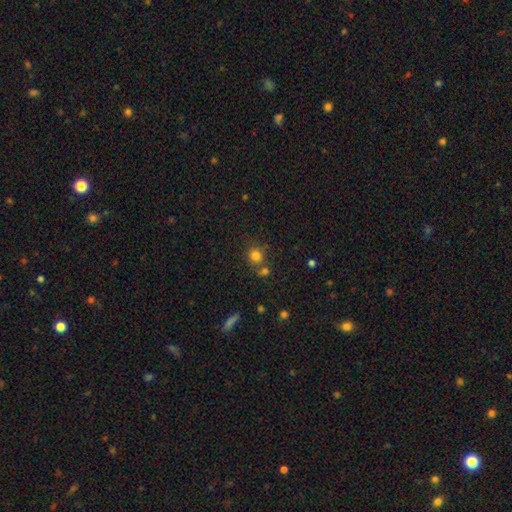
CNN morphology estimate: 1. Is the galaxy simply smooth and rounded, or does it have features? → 79% smooth, 15% star or artifact, 6% featured or disk.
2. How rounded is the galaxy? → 86% round, 13% in between, 1% cigar-shaped.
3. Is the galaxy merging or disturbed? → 67% none, 19% merger, 11% minor disturbance, 4% major disturbance.